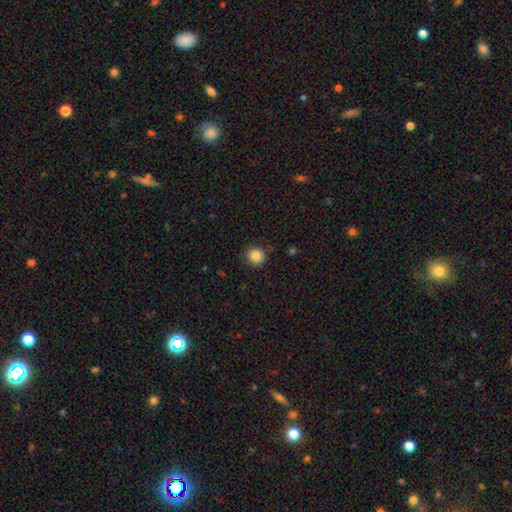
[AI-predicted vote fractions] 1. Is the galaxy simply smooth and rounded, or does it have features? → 86% smooth, 10% star or artifact, 4% featured or disk.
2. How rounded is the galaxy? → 91% round, 8% in between, 1% cigar-shaped.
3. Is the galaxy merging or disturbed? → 83% none, 13% minor disturbance, 3% major disturbance, 1% merger.